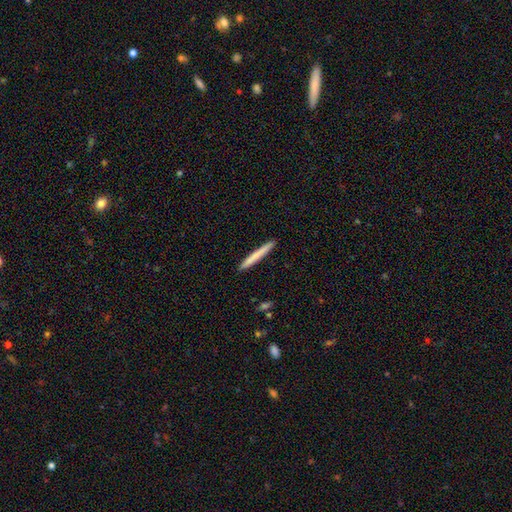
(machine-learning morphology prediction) smooth_or_featured: smooth (p=0.67) [alt: featured or disk p=0.28]
how_rounded: cigar-shaped (p=0.97) [alt: in between p=0.02]
merging: none (p=0.92) [alt: minor disturbance p=0.05]